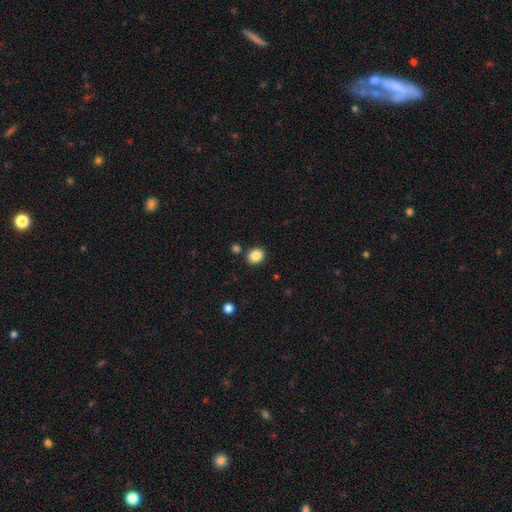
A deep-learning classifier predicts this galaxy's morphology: type=smooth (85%); roundness=round (61%); merging=none (85%).